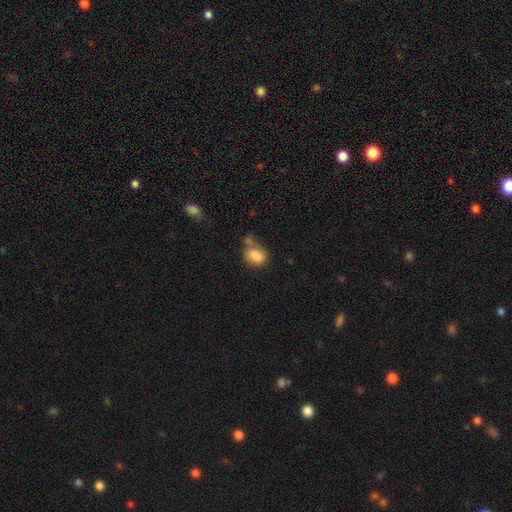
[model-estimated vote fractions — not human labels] Overall: smooth (83%). How rounded: in between (71%). Merging: none (39%; merger 31%).